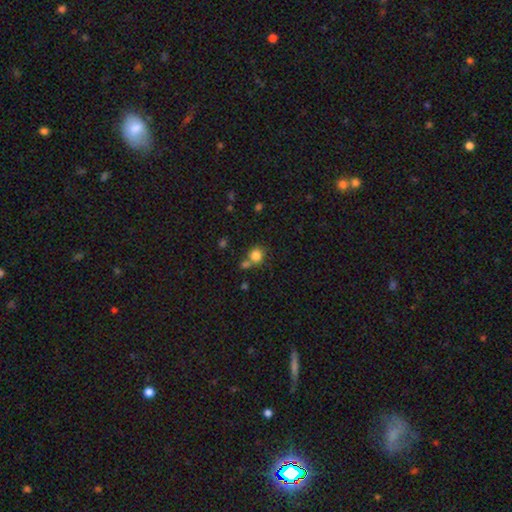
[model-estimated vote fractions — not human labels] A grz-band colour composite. It shows a smooth galaxy with no disk features (83%) that is round (85%). Merging: none (59%).